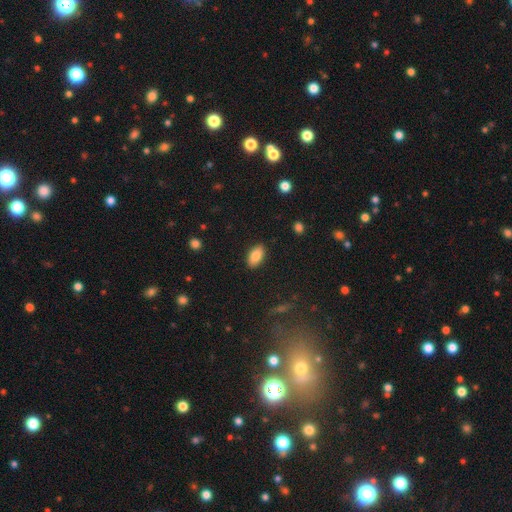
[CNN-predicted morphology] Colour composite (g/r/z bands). It shows a smooth galaxy with no disk features (85%) that is in between round and cigar-shaped (93%). Merging: none (88%).